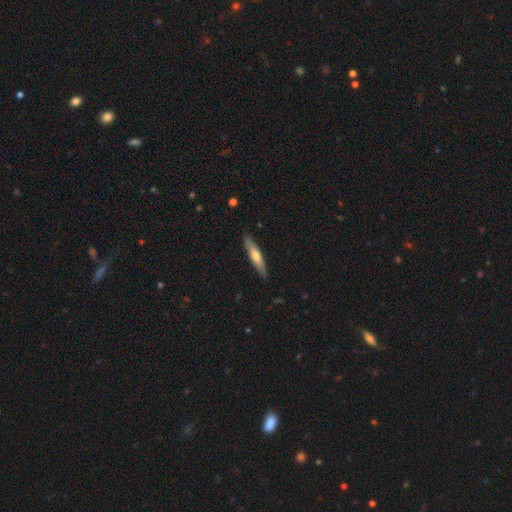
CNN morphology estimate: smooth-or-featured: smooth: 52% | featured or disk: 43% | star or artifact: 5%
  how-rounded: cigar-shaped: 87% | in between: 11% | round: 1%
  merging: none: 88% | minor disturbance: 9% | major disturbance: 2% | merger: 1%